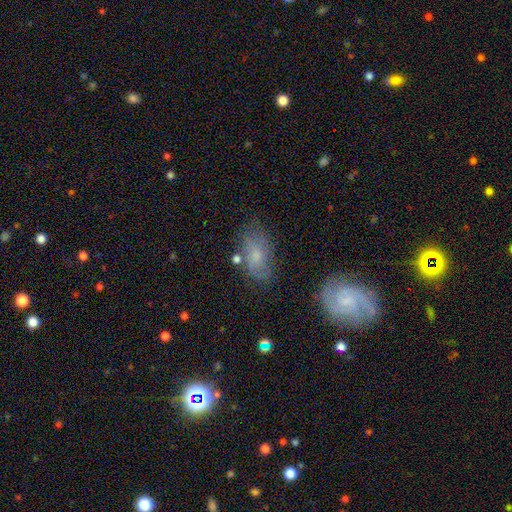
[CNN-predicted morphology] type=smooth (52%); roundness=in between (89%); merging=none (64%).